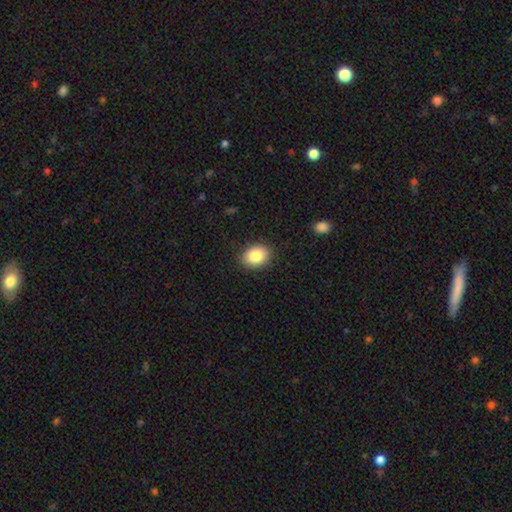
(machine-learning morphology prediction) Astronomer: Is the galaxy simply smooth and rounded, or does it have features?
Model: smooth — 85%.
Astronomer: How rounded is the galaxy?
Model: in between — 68%.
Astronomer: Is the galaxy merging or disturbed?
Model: none — 88%.